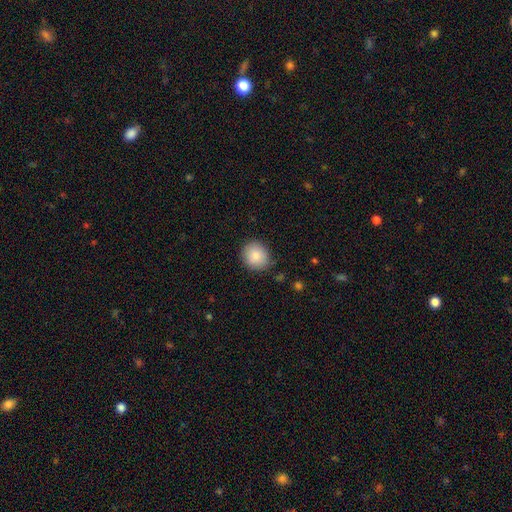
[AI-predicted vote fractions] Overall: smooth (86%). How rounded: round (78%). Merging: none (86%).